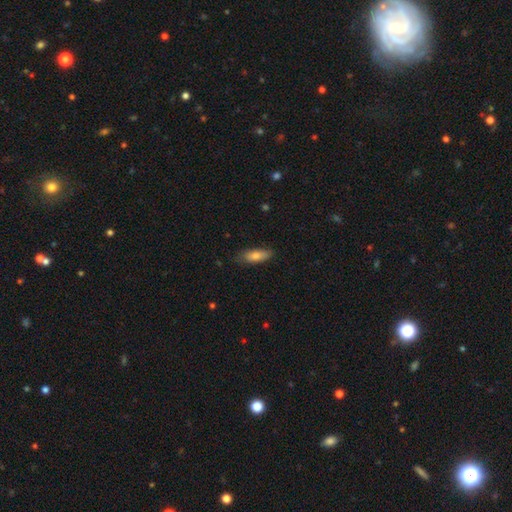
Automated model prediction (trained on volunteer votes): smooth 76%, featured or disk 18%, star or artifact 6%. Down the decision tree: how rounded — in between (65%); merging — none (78%).